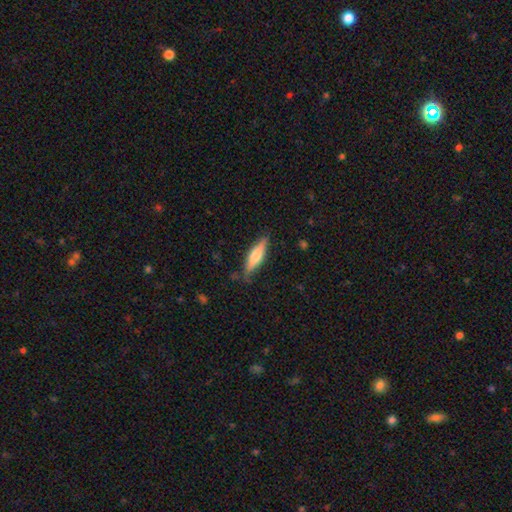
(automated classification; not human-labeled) smooth 56%, featured or disk 38%, star or artifact 6%. Down the decision tree: how rounded — cigar-shaped (71%); merging — none (82%).